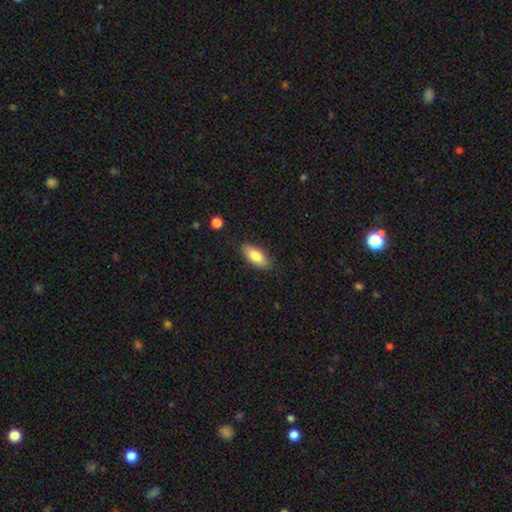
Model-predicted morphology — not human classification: type=smooth (79%); roundness=in between (83%); merging=none (86%).